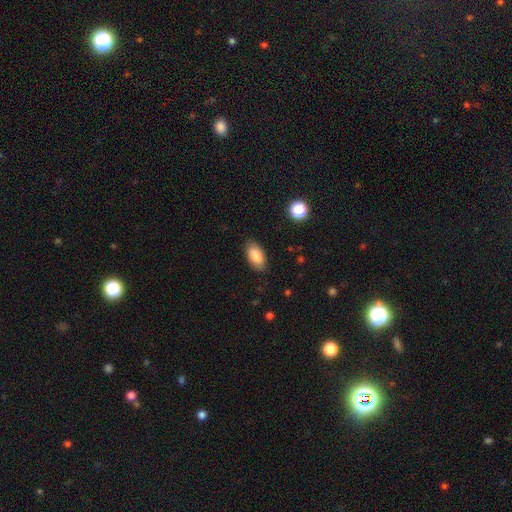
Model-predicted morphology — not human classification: Overall: smooth (85%). How rounded: in between (94%). Merging: none (85%).